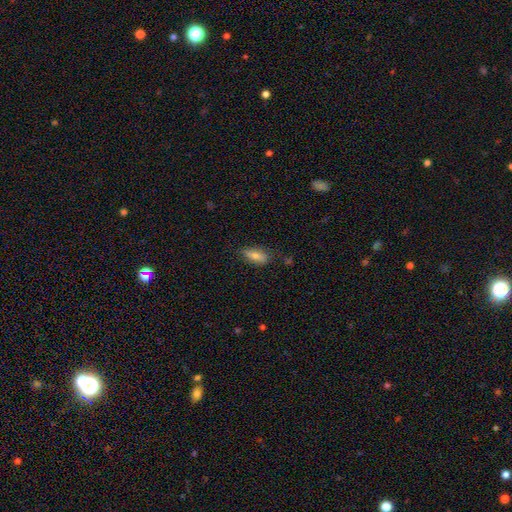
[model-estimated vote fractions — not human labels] smooth_or_featured: smooth (p=0.77) [alt: featured or disk p=0.15]
how_rounded: in between (p=0.77) [alt: cigar-shaped p=0.20]
merging: none (p=0.77) [alt: minor disturbance p=0.18]